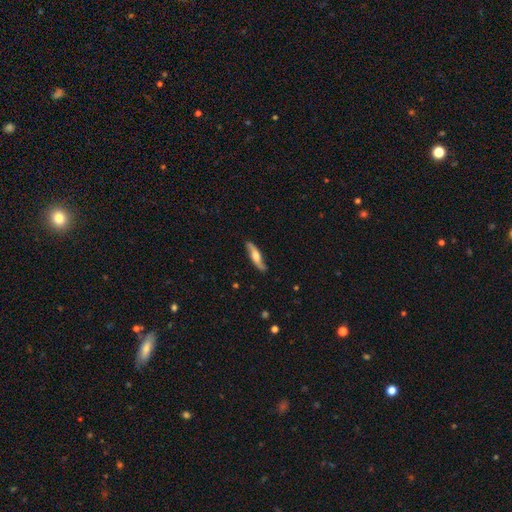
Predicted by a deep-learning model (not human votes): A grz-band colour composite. It shows a featured or disk galaxy (55%) viewed edge-on (53%). Merging: none (84%).